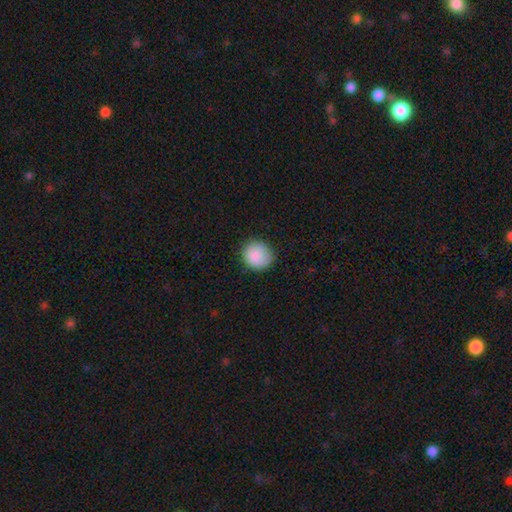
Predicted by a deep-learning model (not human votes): The model was most divided on "merging": none: 83%, minor disturbance: 13%, major disturbance: 3%, merger: 1%. More confident: smooth or featured — smooth (88%); how rounded — round (87%).